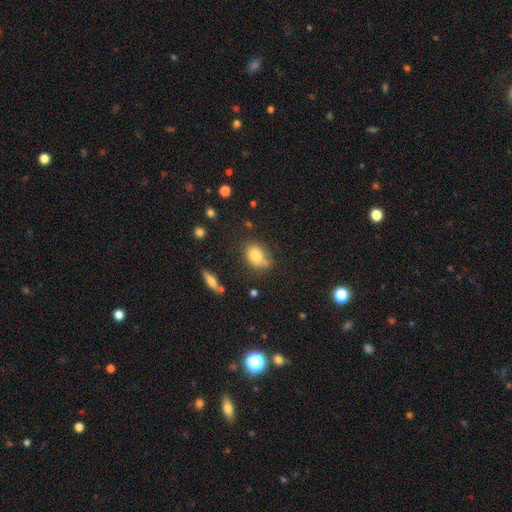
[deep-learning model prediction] Morphology: type=smooth (80%); roundness=in between (67%); merging=none (63%).